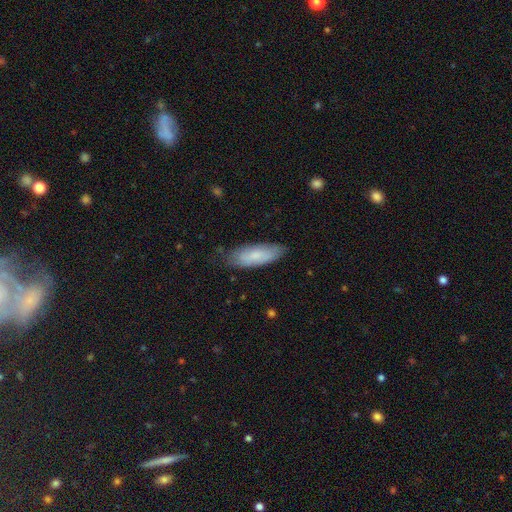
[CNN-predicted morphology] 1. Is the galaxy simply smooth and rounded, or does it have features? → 76% smooth, 18% featured or disk, 6% star or artifact.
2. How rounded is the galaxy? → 67% in between, 31% cigar-shaped, 2% round.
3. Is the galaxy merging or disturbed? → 74% none, 21% minor disturbance, 4% major disturbance, 1% merger.